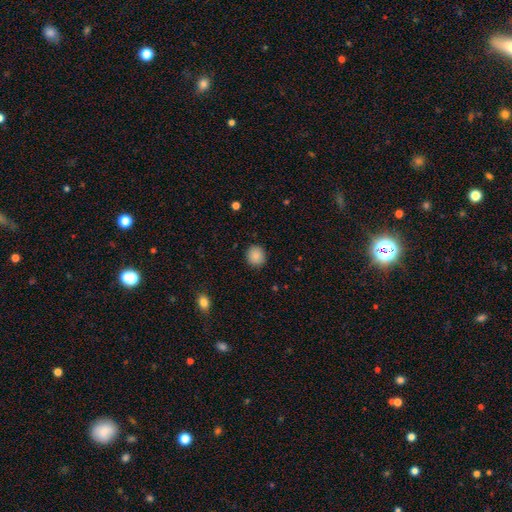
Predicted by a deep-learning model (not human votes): Smooth or featured?
  - smooth: 88% *
  - star or artifact: 9%
  - featured or disk: 4%
How rounded?
  - round: 86% *
  - in between: 13%
  - cigar-shaped: 1%
Merging?
  - none: 90% *
  - minor disturbance: 7%
  - major disturbance: 2%
  - merger: 1%